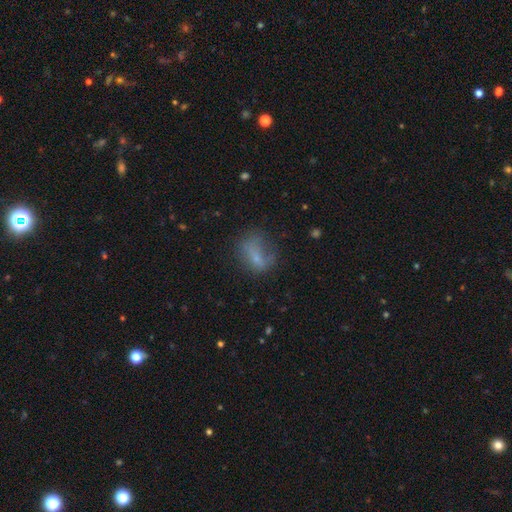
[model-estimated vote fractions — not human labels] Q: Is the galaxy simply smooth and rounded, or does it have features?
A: smooth — 58%.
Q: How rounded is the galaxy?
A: in between — 64%.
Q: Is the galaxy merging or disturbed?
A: none — 45%.